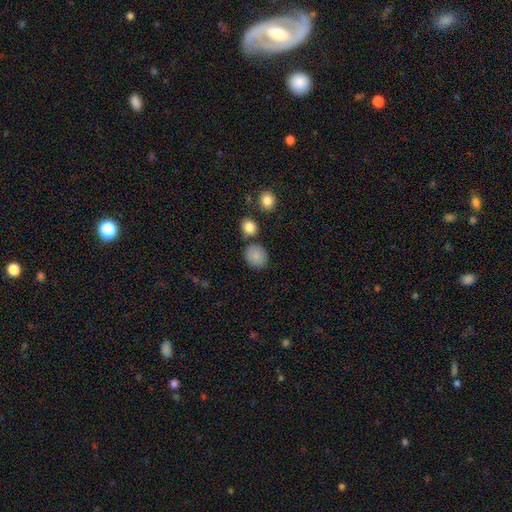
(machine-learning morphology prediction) This appears to be a smooth galaxy with no disk features (86%) that is round (74%). Merging: none (79%).